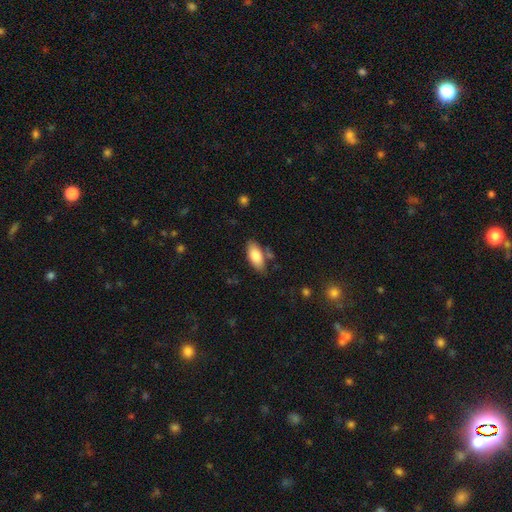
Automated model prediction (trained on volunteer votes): This appears to be a smooth galaxy with no disk features (82%) that is in between round and cigar-shaped (89%). Merging: none (74%).